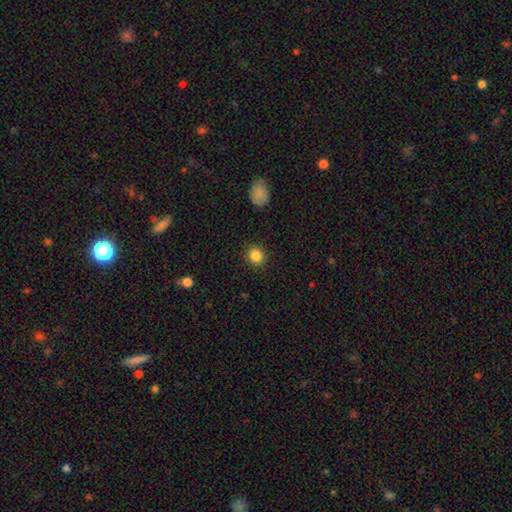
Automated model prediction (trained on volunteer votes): This appears to be a smooth galaxy with no disk features (86%) that is round (82%). Merging: none (90%).